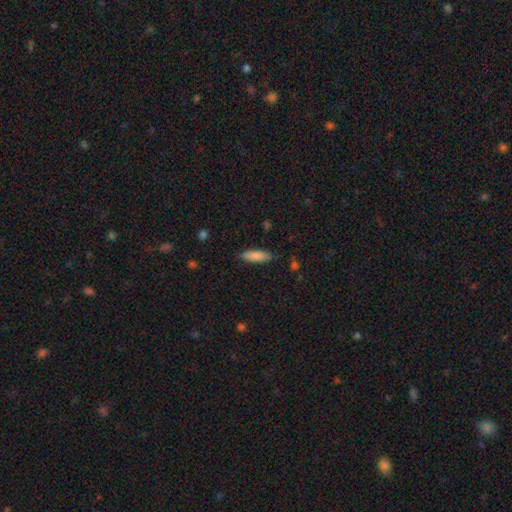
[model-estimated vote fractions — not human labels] Morphology: type=smooth (87%); roundness=in between (51%); merging=none (84%).